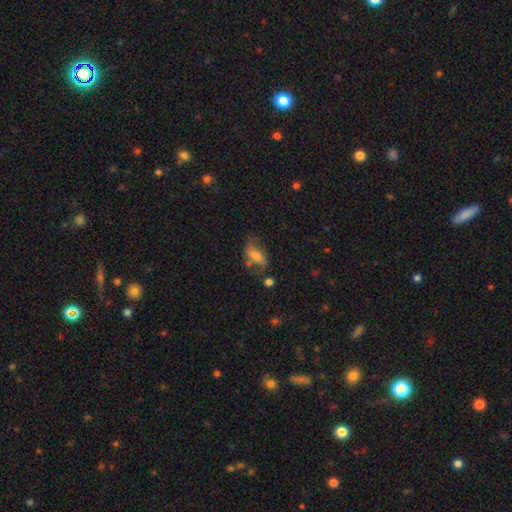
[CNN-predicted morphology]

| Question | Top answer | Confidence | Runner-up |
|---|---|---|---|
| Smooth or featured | smooth | 58% | featured or disk (32%) |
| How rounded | in between | 85% | cigar-shaped (9%) |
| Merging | none | 50% | minor disturbance (27%) |